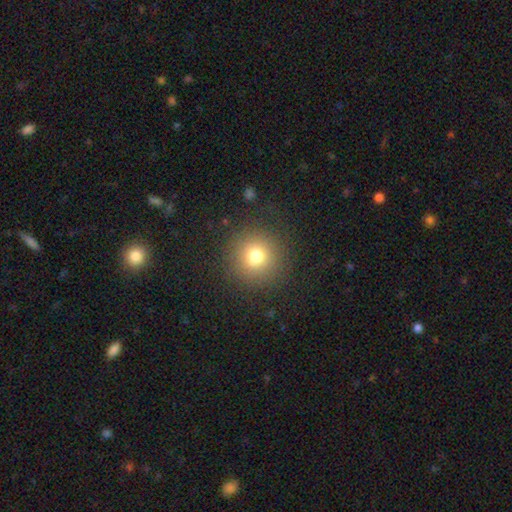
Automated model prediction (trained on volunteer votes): Q: Smooth or featured?
A: smooth (73%); runner-up: star or artifact (16%)
Q: How rounded?
A: round (94%); runner-up: in between (5%)
Q: Merging?
A: none (87%); runner-up: minor disturbance (7%)